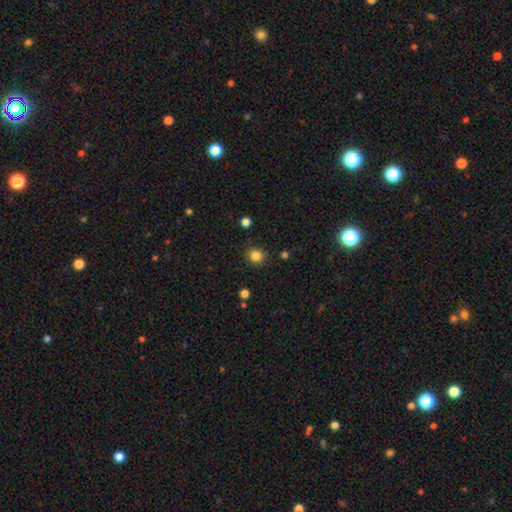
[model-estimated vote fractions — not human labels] A smooth galaxy with no disk features (85%) that is round (80%).

Vote fractions:
- Smooth or featured? smooth: 85% / star or artifact: 12% / featured or disk: 4%
- How rounded? round: 80% / in between: 20% / cigar-shaped: 1%
- Merging? none: 86% / minor disturbance: 9% / major disturbance: 3% / merger: 2%